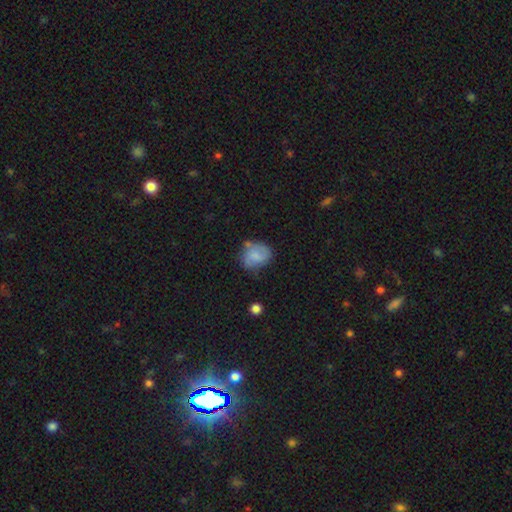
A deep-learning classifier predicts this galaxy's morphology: smooth_or_featured: smooth (p=0.64) [alt: featured or disk p=0.28]
how_rounded: round (p=0.50) [alt: in between p=0.49]
merging: none (p=0.51) [alt: minor disturbance p=0.30]